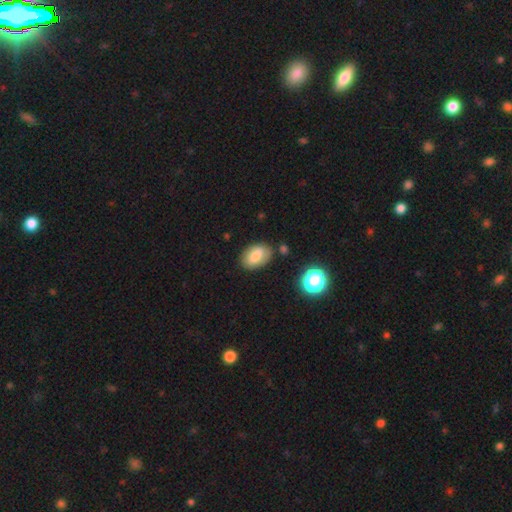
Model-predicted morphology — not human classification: Smooth or featured? smooth (76%)
How rounded? in between (90%)
Merging? none (78%)